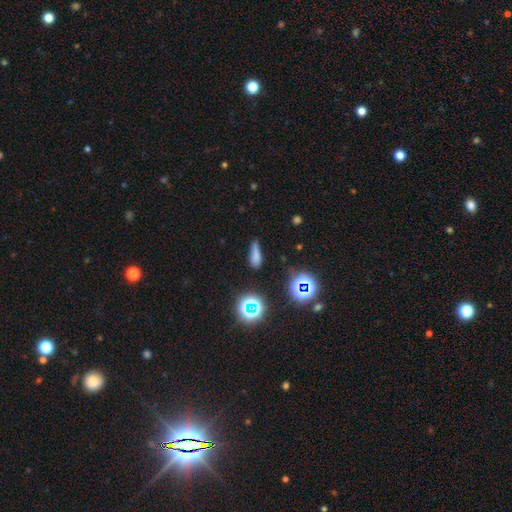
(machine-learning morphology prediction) Overall: smooth (68%). How rounded: in between (50%; cigar-shaped 43%). Merging: none (60%; minor disturbance 27%).